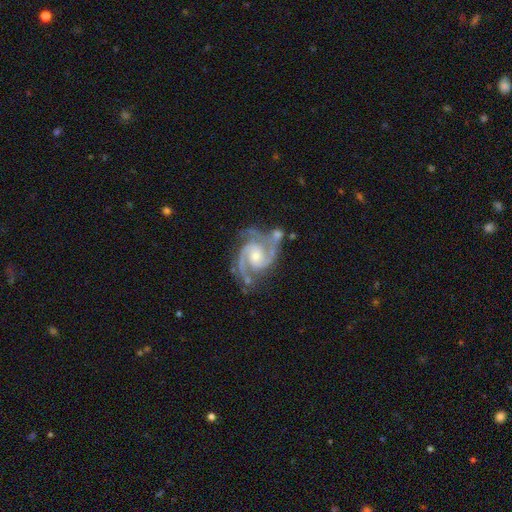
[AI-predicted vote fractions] Smooth or featured?
  - featured or disk: 93% *
  - star or artifact: 4%
  - smooth: 3%
Edge-on disk?
  - no: 98% *
  - yes: 2%
Bar?
  - no: 54% *
  - weak: 35%
  - strong: 11%
Spiral arms?
  - yes: 99% *
  - no: 1%
Spiral winding?
  - medium: 58% *
  - tight: 33%
  - loose: 8%
Spiral arm count?
  - 2: 77% *
  - 3: 15%
  - can't tell: 2%
  - 4: 2%
  - 1: 2%
  - more than 4: 2%
Bulge size?
  - small: 54% *
  - moderate: 40%
  - none: 3%
  - large: 2%
  - dominant: 1%
Merging?
  - none: 63% *
  - minor disturbance: 20%
  - merger: 9%
  - major disturbance: 9%